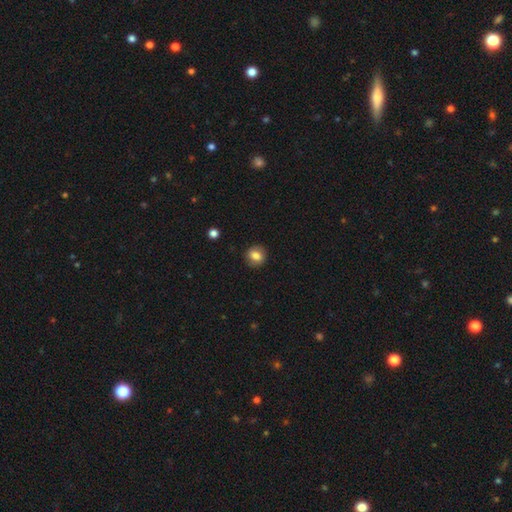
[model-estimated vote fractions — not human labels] smooth 80%, featured or disk 11%, star or artifact 9%. Down the decision tree: how rounded — round (74%); merging — none (88%).